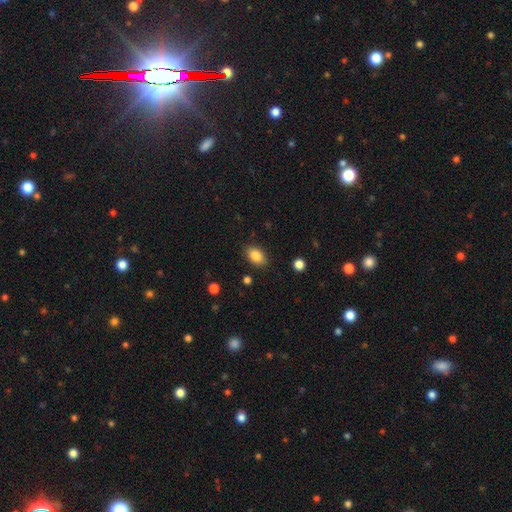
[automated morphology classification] Smooth or featured?
  - smooth: 86% *
  - star or artifact: 8%
  - featured or disk: 6%
How rounded?
  - in between: 86% *
  - round: 12%
  - cigar-shaped: 2%
Merging?
  - none: 85% *
  - minor disturbance: 11%
  - major disturbance: 3%
  - merger: 1%